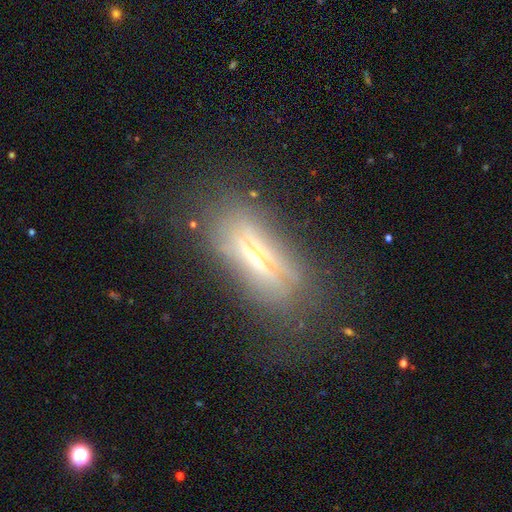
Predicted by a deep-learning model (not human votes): featured or disk 62%, smooth 27%, star or artifact 11%. Down the decision tree: edge-on disk — yes (74%); merging — none (64%).